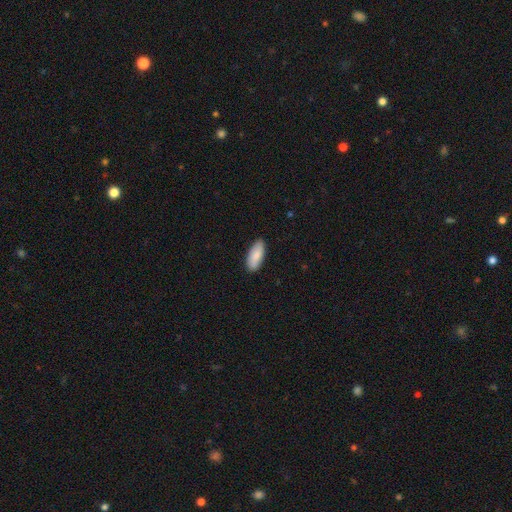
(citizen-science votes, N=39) Morphology: type=smooth (87%); roundness=in between (85%); merging=none (83%).